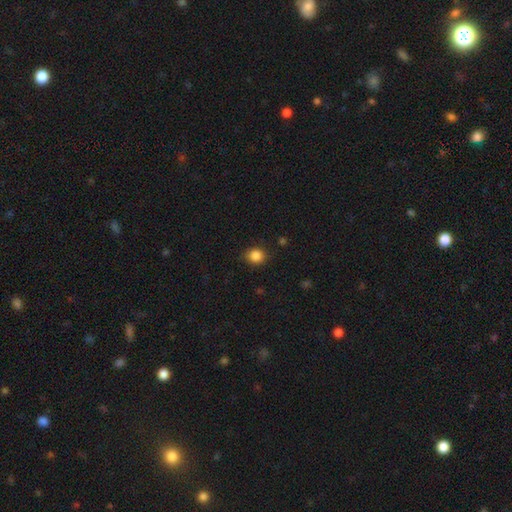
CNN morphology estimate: Smooth or featured?
  - smooth: 86% *
  - star or artifact: 10%
  - featured or disk: 3%
How rounded?
  - round: 75% *
  - in between: 24%
  - cigar-shaped: 1%
Merging?
  - none: 85% *
  - minor disturbance: 11%
  - major disturbance: 3%
  - merger: 1%